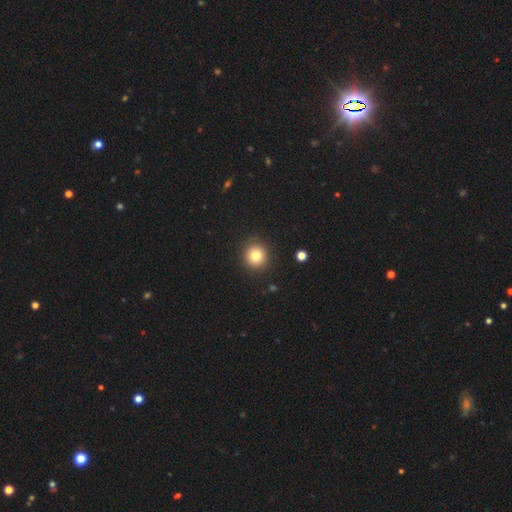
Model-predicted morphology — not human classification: Smooth or featured?
  - smooth: 80% *
  - star or artifact: 12%
  - featured or disk: 8%
How rounded?
  - round: 92% *
  - in between: 7%
  - cigar-shaped: 1%
Merging?
  - none: 90% *
  - minor disturbance: 6%
  - major disturbance: 2%
  - merger: 1%